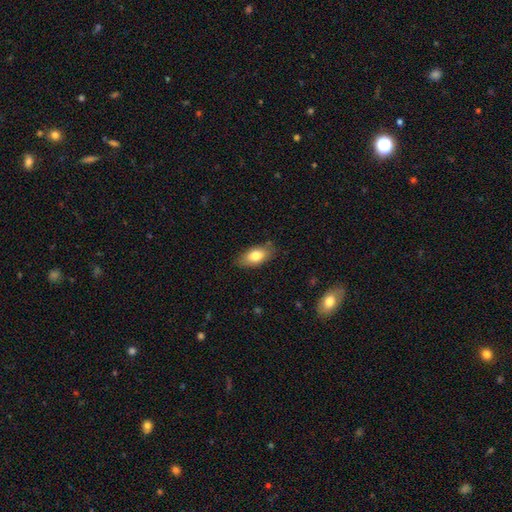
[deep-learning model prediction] This is likely a smooth galaxy (77%). How rounded: clearly in between (88%). Merging: clearly none (82%).